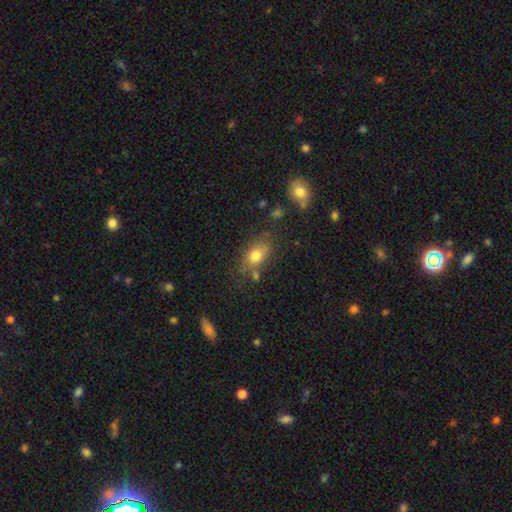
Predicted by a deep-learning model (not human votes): Smooth or featured: smooth — 75% (featured or disk — 14%)
How rounded: in between — 74% (round — 24%)
Merging: none — 65% (minor disturbance — 20%)